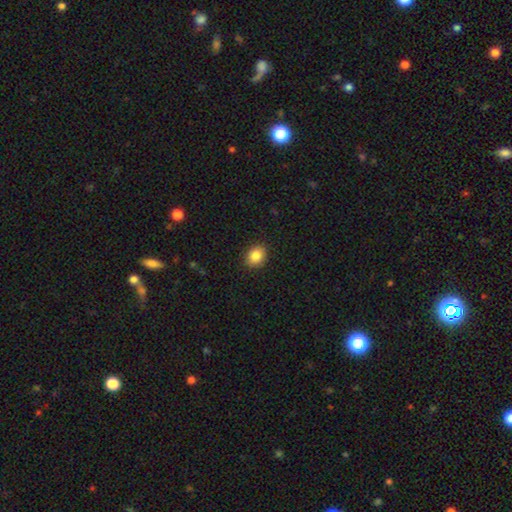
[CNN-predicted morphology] Smooth or featured: smooth — 86% (star or artifact — 9%)
How rounded: round — 55% (in between — 44%)
Merging: none — 90% (minor disturbance — 7%)